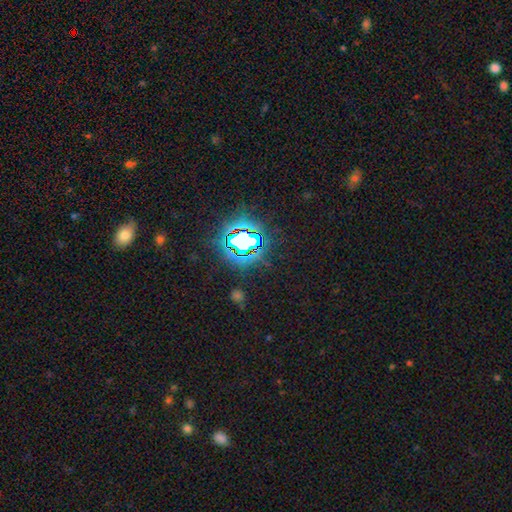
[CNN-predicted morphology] This appears to be a star or artifact, not a galaxy (81%).